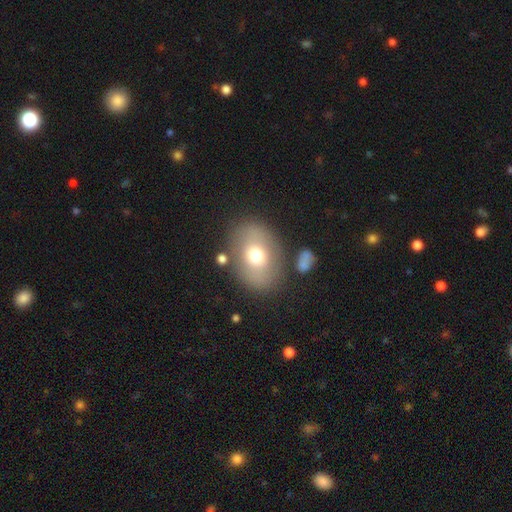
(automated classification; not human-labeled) A smooth galaxy with no disk features (62%) that is in between round and cigar-shaped (74%).

Vote fractions:
- Smooth or featured? smooth: 62% / featured or disk: 29% / star or artifact: 9%
- How rounded? in between: 74% / round: 25% / cigar-shaped: 1%
- Merging? none: 77% / minor disturbance: 13% / major disturbance: 5% / merger: 5%